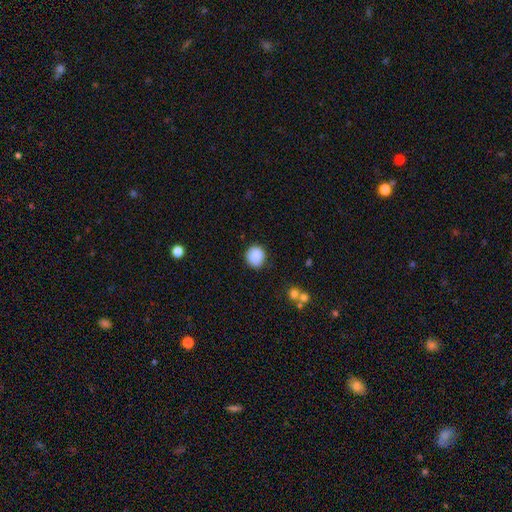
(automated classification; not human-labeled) A smooth galaxy with no disk features (88%) that is round (85%).

Vote fractions:
- Smooth or featured? smooth: 88% / star or artifact: 8% / featured or disk: 4%
- How rounded? round: 85% / in between: 14% / cigar-shaped: 1%
- Merging? none: 84% / minor disturbance: 11% / major disturbance: 3% / merger: 2%